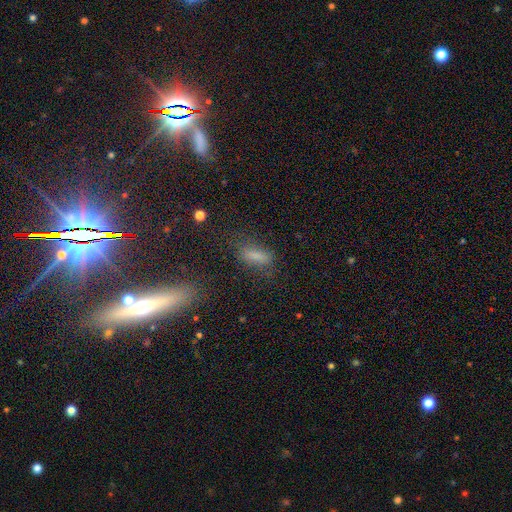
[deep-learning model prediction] This is likely a smooth galaxy (73%). How rounded: likely in between (64%). Merging: likely none (63%).